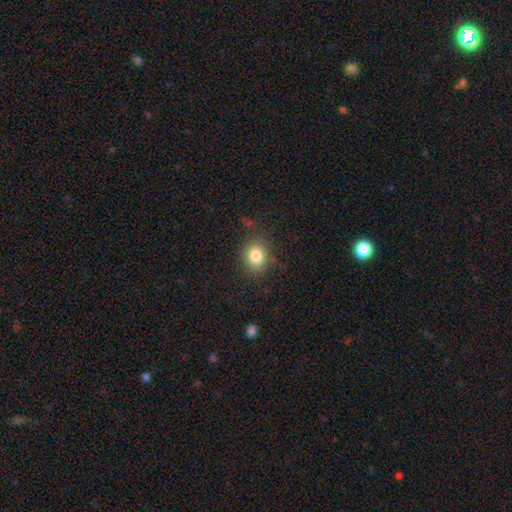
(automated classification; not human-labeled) Morphology: type=smooth (82%); roundness=round (58%); merging=none (83%).